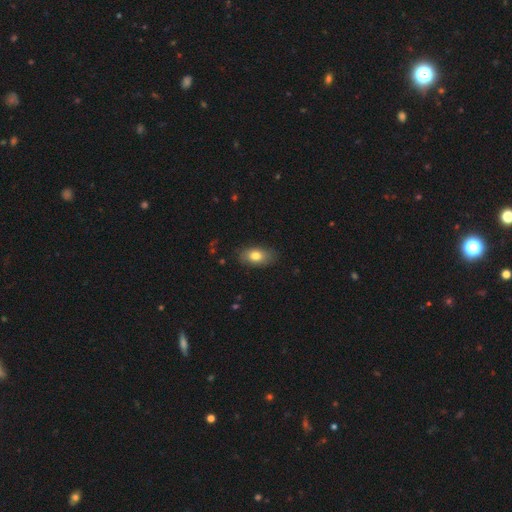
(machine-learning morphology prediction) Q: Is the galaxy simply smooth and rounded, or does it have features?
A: smooth — 80%.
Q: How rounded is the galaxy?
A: in between — 89%.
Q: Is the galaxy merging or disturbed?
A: none — 83%.